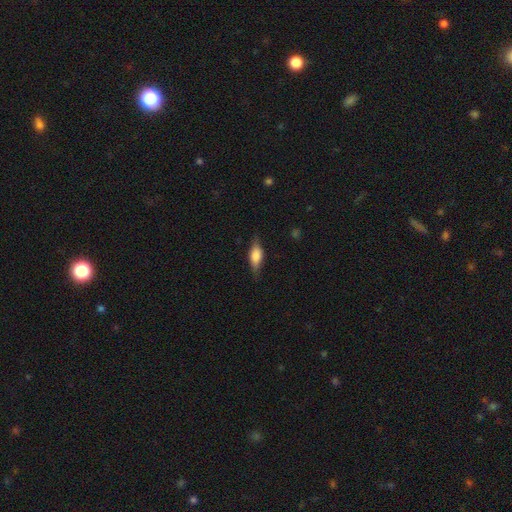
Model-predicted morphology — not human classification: The model was most divided on "smooth or featured": smooth: 61%, featured or disk: 32%, star or artifact: 7%. More confident: merging — none (79%); how rounded — in between (69%).